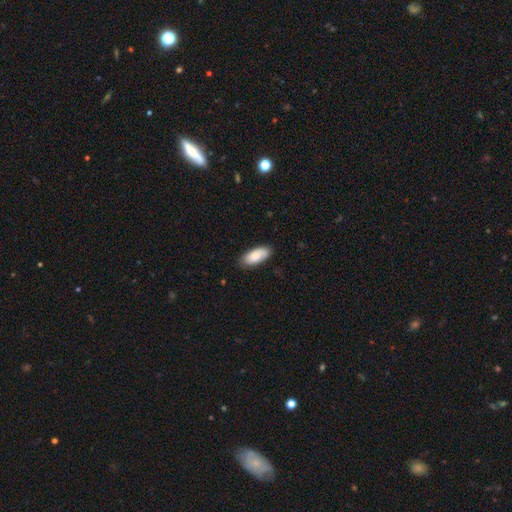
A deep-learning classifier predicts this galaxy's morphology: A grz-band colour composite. It shows a smooth galaxy with no disk features (84%) that is in between round and cigar-shaped (87%). Merging: none (82%).